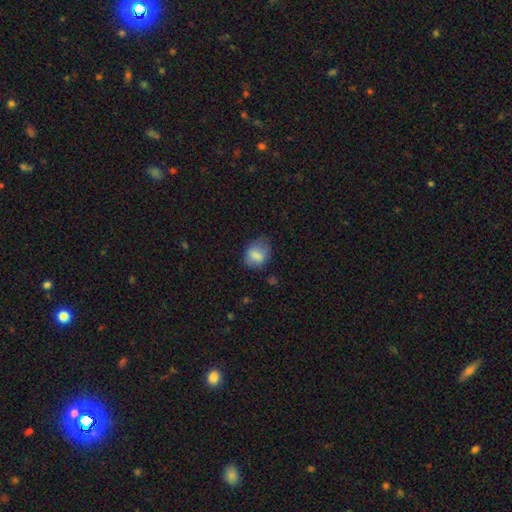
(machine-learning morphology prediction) Smooth or featured?
  - smooth: 81% *
  - featured or disk: 10%
  - star or artifact: 9%
How rounded?
  - in between: 55% *
  - round: 43%
  - cigar-shaped: 1%
Merging?
  - none: 64% *
  - minor disturbance: 26%
  - major disturbance: 8%
  - merger: 2%